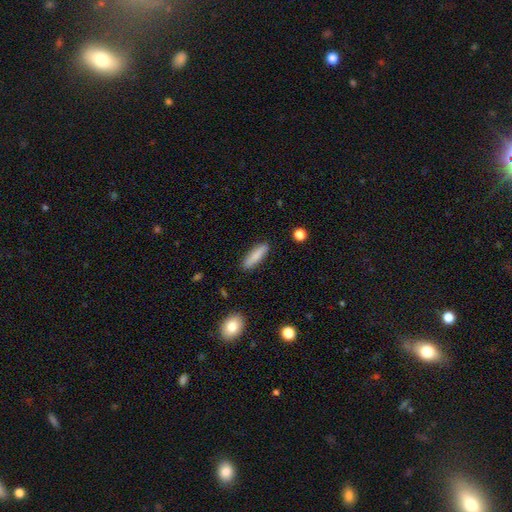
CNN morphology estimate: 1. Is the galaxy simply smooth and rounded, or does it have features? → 82% smooth, 11% featured or disk, 6% star or artifact.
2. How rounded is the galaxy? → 68% cigar-shaped, 30% in between, 2% round.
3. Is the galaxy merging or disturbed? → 89% none, 8% minor disturbance, 2% major disturbance, 1% merger.